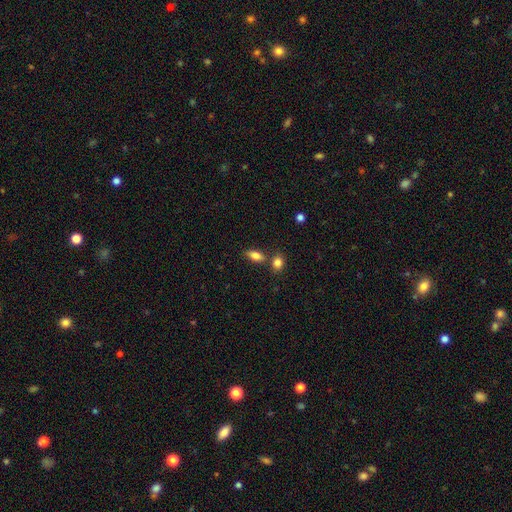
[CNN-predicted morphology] Smooth or featured? smooth (82%)
How rounded? in between (82%)
Merging? none (64%)